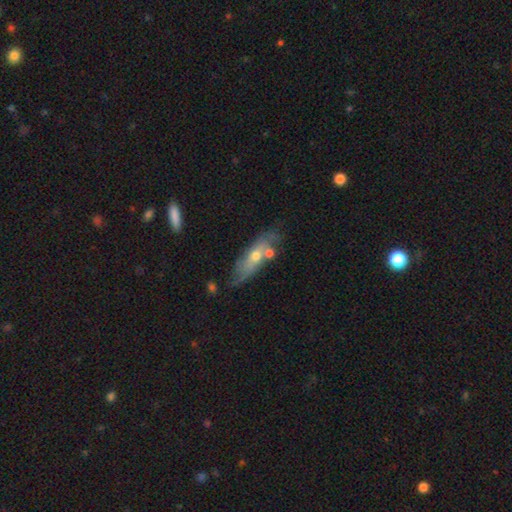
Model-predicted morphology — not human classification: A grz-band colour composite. It shows a featured or disk galaxy (55%). Merging: none (62%).